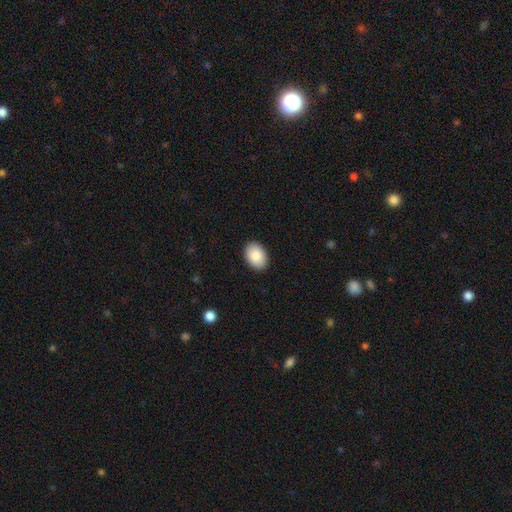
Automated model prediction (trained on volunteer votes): The model was most divided on "how rounded": in between: 85%, round: 14%, cigar-shaped: 1%. More confident: merging — none (90%); smooth or featured — smooth (88%).